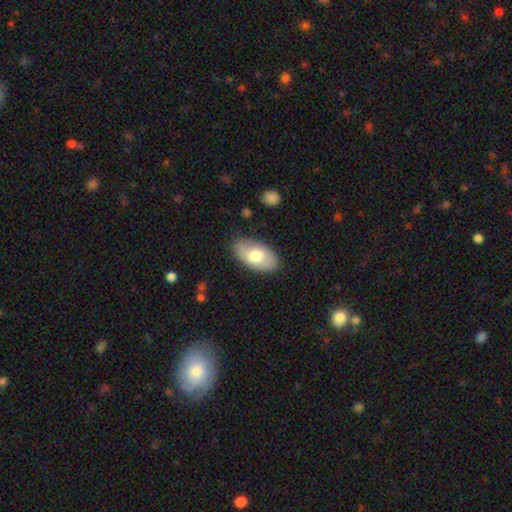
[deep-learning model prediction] A smooth galaxy with no disk features (70%) that is in between round and cigar-shaped (94%). Merging: none (84%).